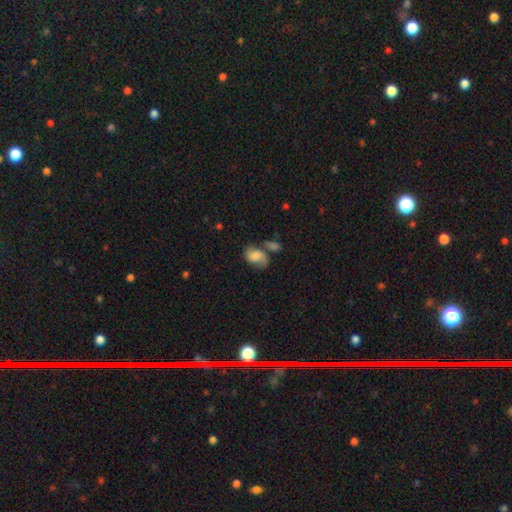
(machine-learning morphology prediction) Smooth or featured: smooth — 56% (featured or disk — 35%)
How rounded: in between — 79% (round — 20%)
Merging: none — 40% (merger — 25%)